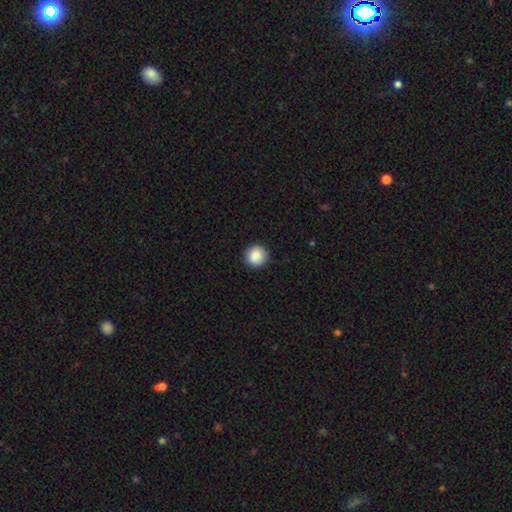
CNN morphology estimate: Smooth or featured: smooth — 88% (star or artifact — 8%)
How rounded: round — 94% (in between — 5%)
Merging: none — 91% (minor disturbance — 7%)